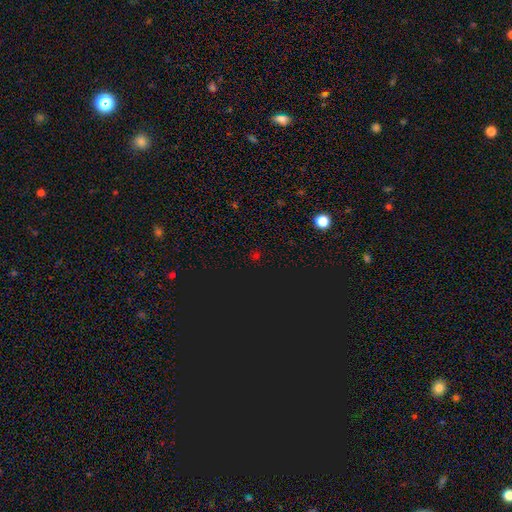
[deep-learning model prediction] Overall: star or artifact (63%; smooth 32%).